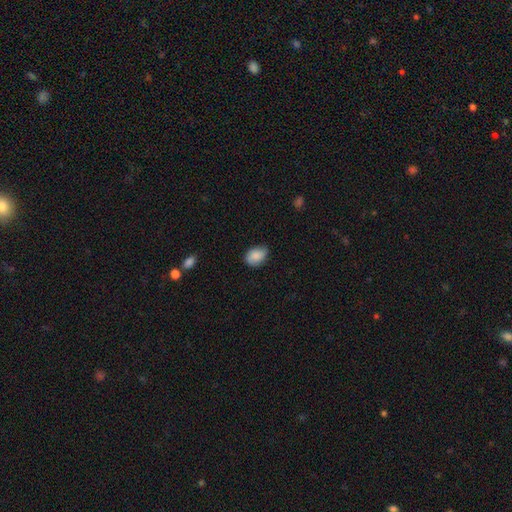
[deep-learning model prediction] Morphology: type=smooth (83%); roundness=in between (76%); merging=none (70%).